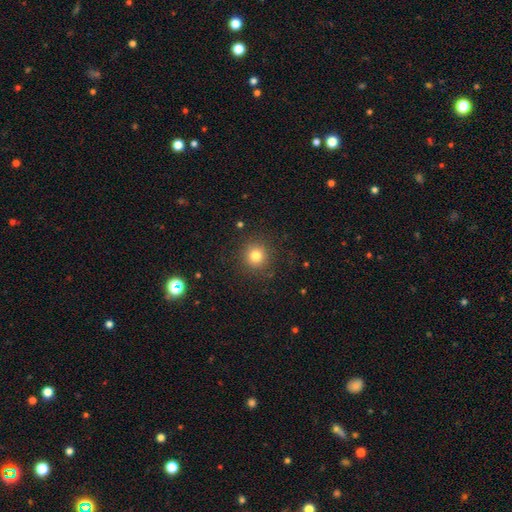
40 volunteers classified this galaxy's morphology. Volunteers were most divided on "smooth or featured": smooth: 82%, star or artifact: 12%, featured or disk: 5%. More confident: how rounded — round (91%); merging — none (89%).